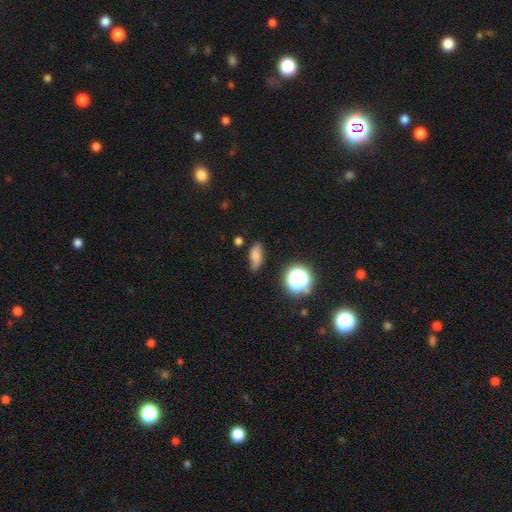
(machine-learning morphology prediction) Q: Smooth or featured?
A: smooth (74%); runner-up: star or artifact (14%)
Q: How rounded?
A: in between (72%); runner-up: cigar-shaped (17%)
Q: Merging?
A: none (68%); runner-up: minor disturbance (24%)